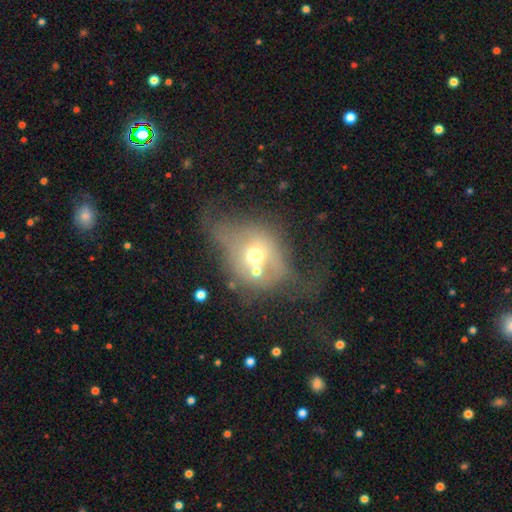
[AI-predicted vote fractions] The model was most divided on "smooth or featured": smooth: 45%, featured or disk: 40%, star or artifact: 15%. Remaining: merging — major disturbance (34%).